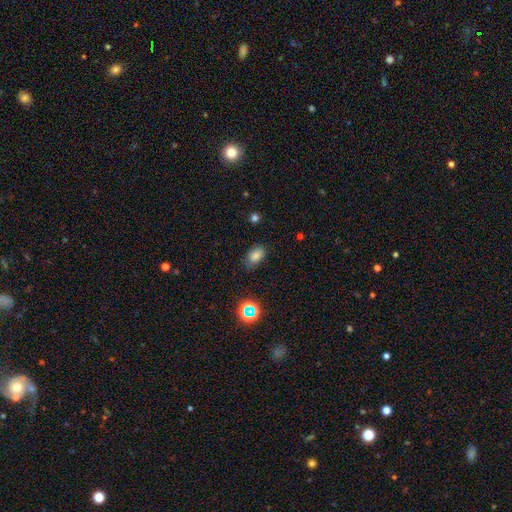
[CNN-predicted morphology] A smooth galaxy with no disk features (79%) that is in between round and cigar-shaped (86%). Merging: none (71%).